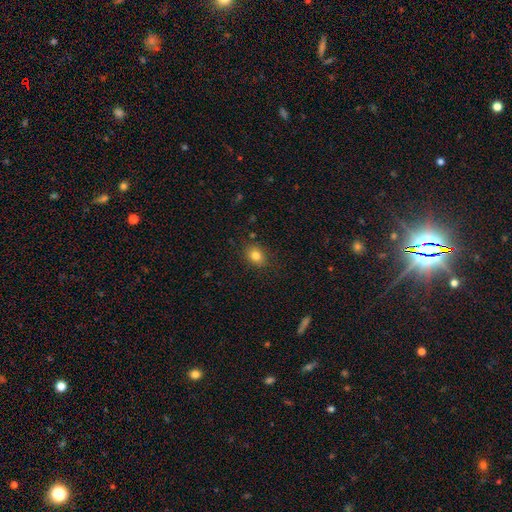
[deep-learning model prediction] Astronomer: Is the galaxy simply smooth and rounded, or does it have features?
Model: smooth — 82%.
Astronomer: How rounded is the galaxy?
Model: in between — 54% (runner-up: round, 45%).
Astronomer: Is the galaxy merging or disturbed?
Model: none — 85%.